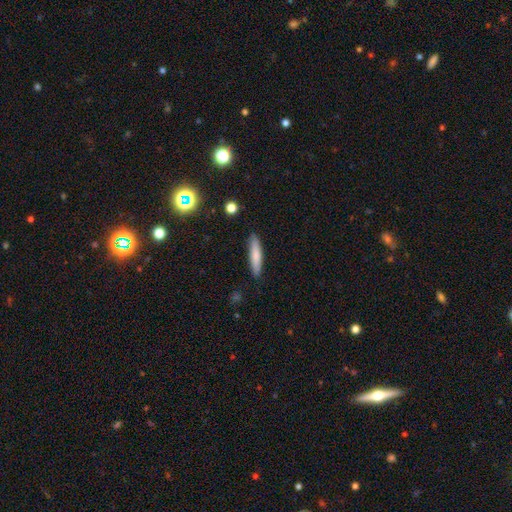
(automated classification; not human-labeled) Smooth or featured? Predicted: smooth (p=0.78). How rounded? Predicted: cigar-shaped (p=0.84). Merging? Predicted: none (p=0.88).